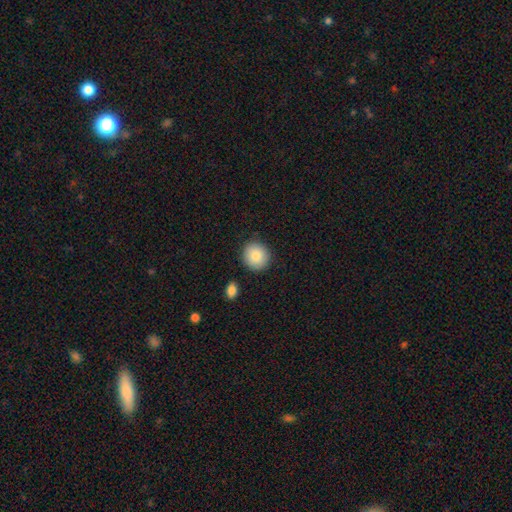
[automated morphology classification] smooth 84%, featured or disk 8%, star or artifact 8%. Down the decision tree: how rounded — round (88%); merging — none (88%).